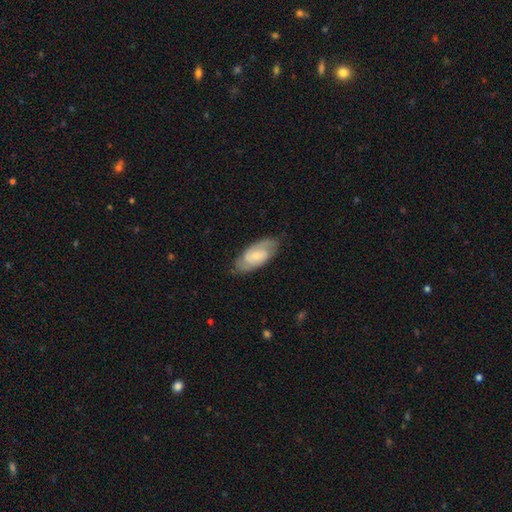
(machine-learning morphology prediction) Smooth or featured: featured or disk — 71% (smooth — 23%)
Edge-on disk: no — 94% (yes — 6%)
Bar: no — 58% (weak — 35%)
Spiral arms: yes — 92% (no — 8%)
Spiral winding: tight — 45% (medium — 43%)
Spiral arm count: 2 — 78% (can't tell — 13%)
Bulge size: small — 63% (moderate — 30%)
Merging: none — 78% (minor disturbance — 17%)